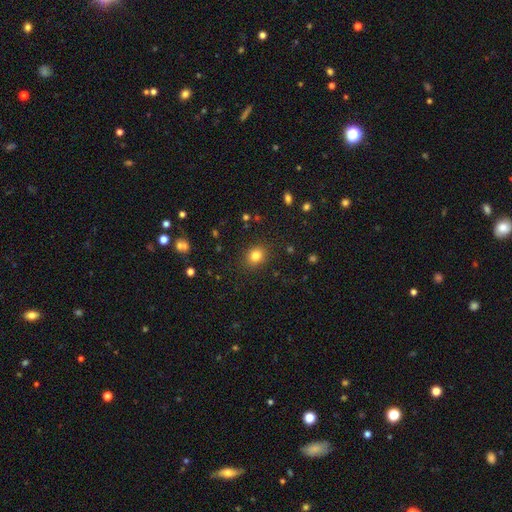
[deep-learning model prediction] Smooth or featured? Predicted: smooth (p=0.82). How rounded? Predicted: round (p=0.61). Merging? Predicted: none (p=0.87).